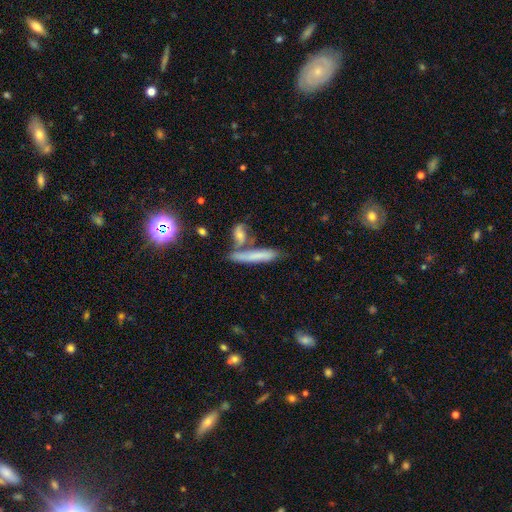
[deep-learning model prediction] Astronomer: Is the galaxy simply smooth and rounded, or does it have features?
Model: smooth — 63%.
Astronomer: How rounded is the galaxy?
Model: cigar-shaped — 83%.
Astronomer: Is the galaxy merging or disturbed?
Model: none — 56%.